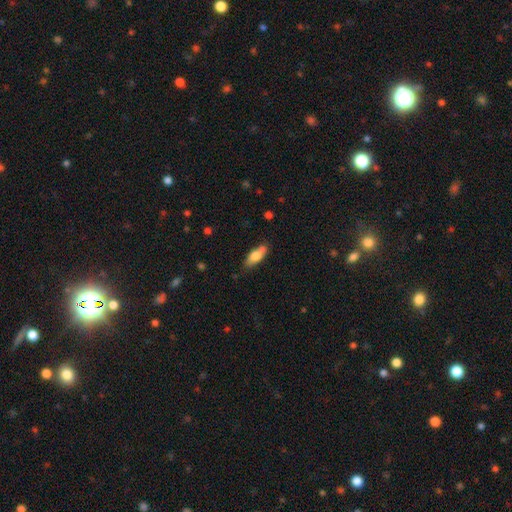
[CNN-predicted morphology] A smooth galaxy with no disk features (70%) that is in between round and cigar-shaped (69%). Merging: none (64%).